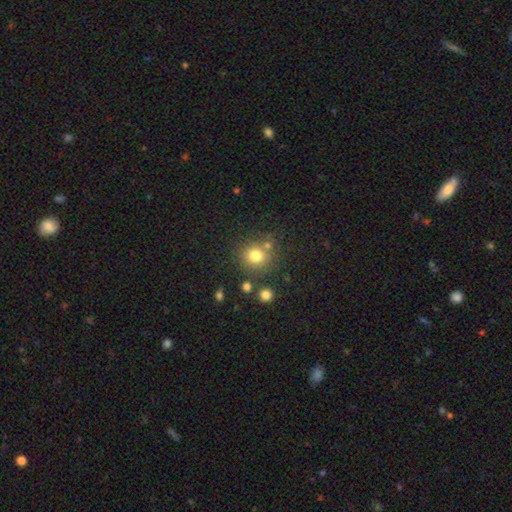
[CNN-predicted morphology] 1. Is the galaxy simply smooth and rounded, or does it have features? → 77% smooth, 14% star or artifact, 8% featured or disk.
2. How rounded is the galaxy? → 87% round, 12% in between, 1% cigar-shaped.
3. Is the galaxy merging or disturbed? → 74% none, 11% merger, 10% minor disturbance, 4% major disturbance.